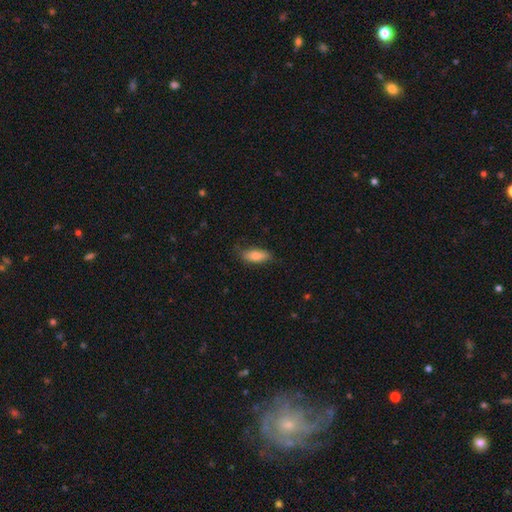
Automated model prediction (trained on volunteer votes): A smooth galaxy with no disk features (79%) that is in between round and cigar-shaped (77%). Merging: none (72%).